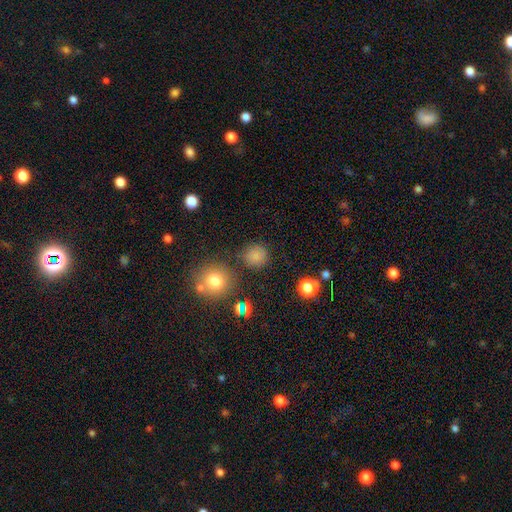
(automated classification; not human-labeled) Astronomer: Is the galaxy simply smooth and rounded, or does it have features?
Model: smooth — 78%.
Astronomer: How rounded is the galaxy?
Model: round — 90%.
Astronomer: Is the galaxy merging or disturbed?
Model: none — 82%.